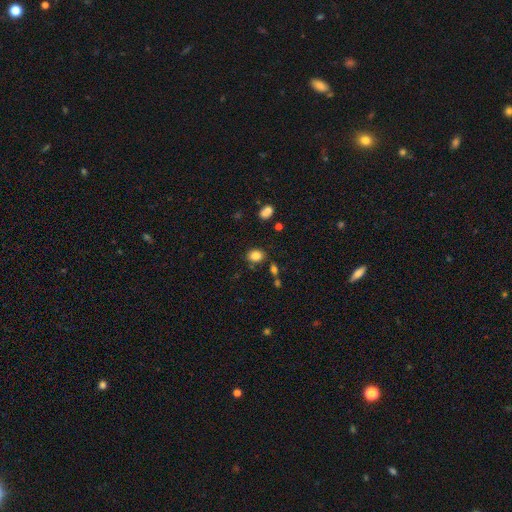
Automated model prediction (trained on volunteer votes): This appears to be a smooth galaxy with no disk features (84%) that is in between round and cigar-shaped (61%). Merging: none (81%).